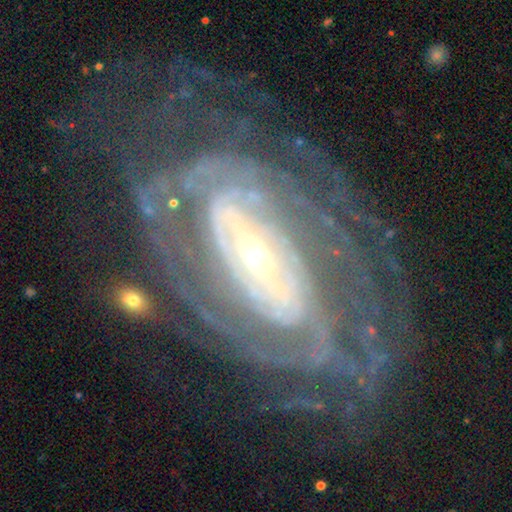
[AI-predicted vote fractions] The model was most divided on "bar": strong: 37%, no: 32%, weak: 31%. Remaining: spiral arms — yes (94%); edge-on disk — no (94%); smooth or featured — featured or disk (88%); spiral winding — tight (74%); merging — none (69%); bulge size — small (68%); spiral arm count — can't tell (37%).